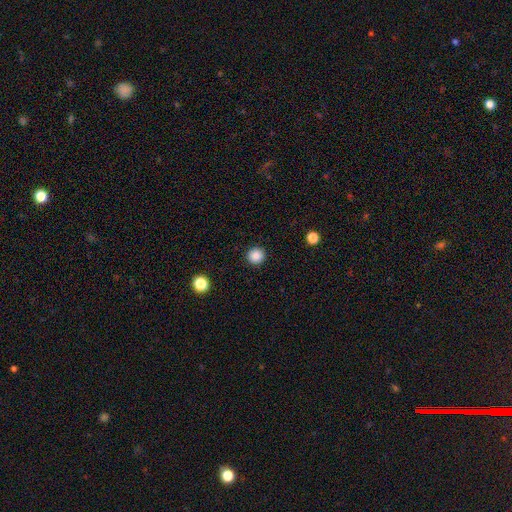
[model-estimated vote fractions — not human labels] Smooth or featured?
  - smooth: 86% *
  - star or artifact: 11%
  - featured or disk: 3%
How rounded?
  - round: 95% *
  - in between: 4%
  - cigar-shaped: 1%
Merging?
  - none: 93% *
  - minor disturbance: 5%
  - major disturbance: 2%
  - merger: 1%